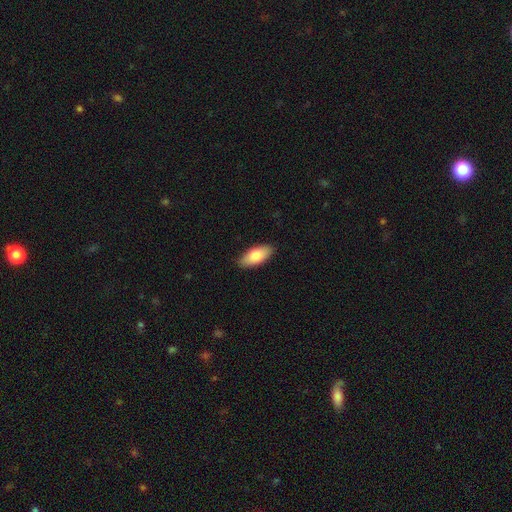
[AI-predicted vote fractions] smooth_or_featured: smooth (p=0.79) [alt: featured or disk p=0.15]
how_rounded: in between (p=0.87) [alt: cigar-shaped p=0.10]
merging: none (p=0.88) [alt: minor disturbance p=0.09]